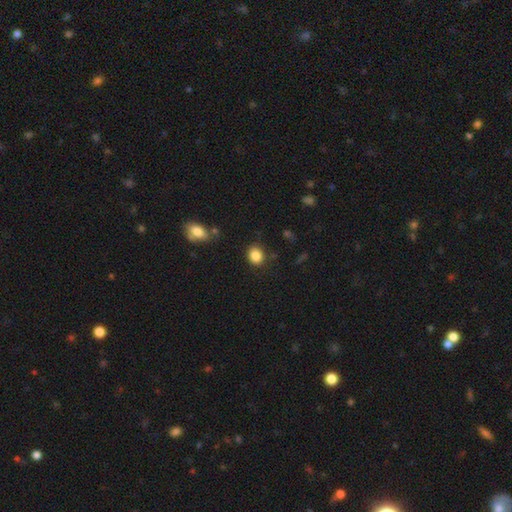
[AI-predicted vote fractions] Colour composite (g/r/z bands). It shows a smooth galaxy with no disk features (86%) that is round (59%). Merging: none (82%).